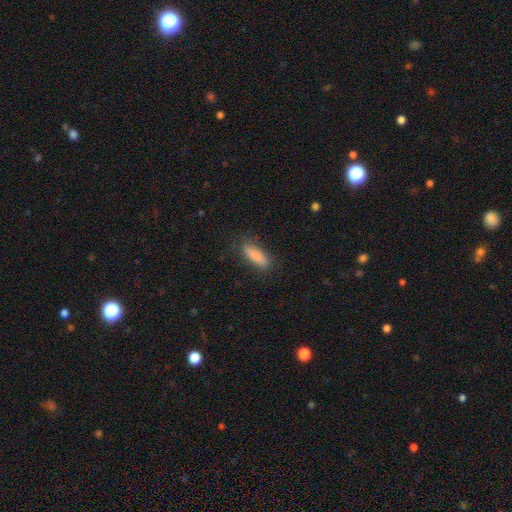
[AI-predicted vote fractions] smooth_or_featured: smooth (p=0.84) [alt: featured or disk p=0.09]
how_rounded: cigar-shaped (p=0.55) [alt: in between p=0.43]
merging: none (p=0.80) [alt: minor disturbance p=0.15]